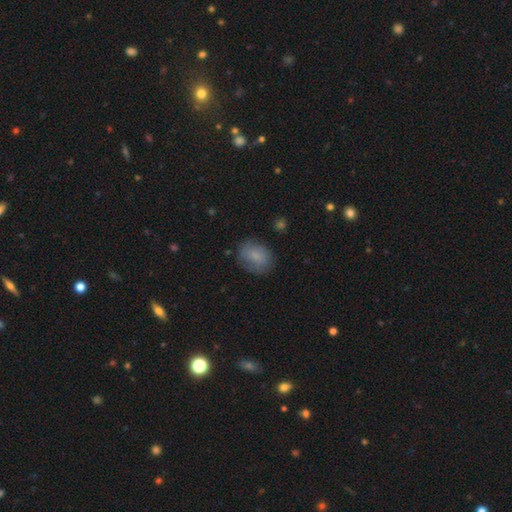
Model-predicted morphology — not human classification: Q: Smooth or featured?
A: smooth (79%); runner-up: featured or disk (12%)
Q: How rounded?
A: in between (58%); runner-up: round (40%)
Q: Merging?
A: none (75%); runner-up: minor disturbance (18%)